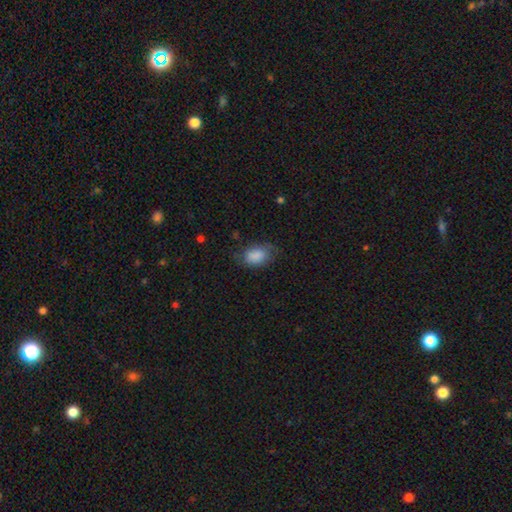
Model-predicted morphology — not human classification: smooth-or-featured: smooth: 85% | featured or disk: 8% | star or artifact: 7%
  how-rounded: in between: 84% | round: 14% | cigar-shaped: 1%
  merging: none: 60% | minor disturbance: 29% | major disturbance: 10% | merger: 2%